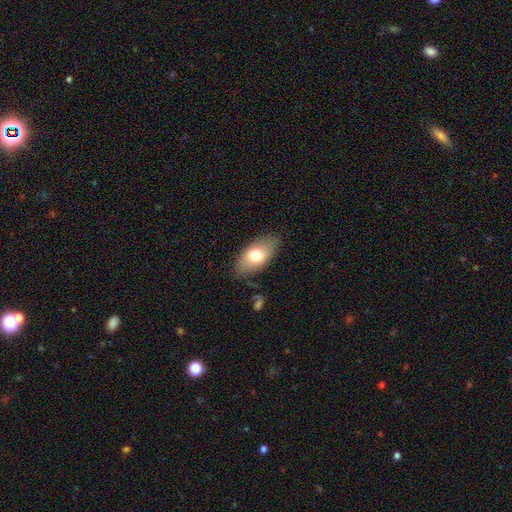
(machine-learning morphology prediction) smooth_or_featured: smooth (p=0.70) [alt: featured or disk p=0.23]
how_rounded: in between (p=0.92) [alt: round p=0.04]
merging: none (p=0.81) [alt: minor disturbance p=0.14]